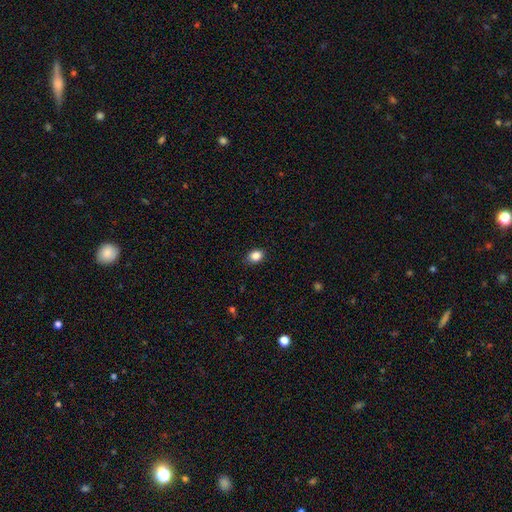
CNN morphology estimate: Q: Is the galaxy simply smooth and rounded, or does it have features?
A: smooth — 85%.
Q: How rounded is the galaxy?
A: in between — 50%.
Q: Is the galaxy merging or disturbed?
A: none — 87%.